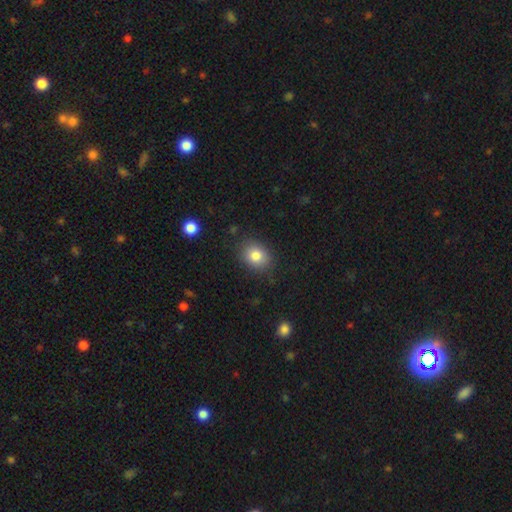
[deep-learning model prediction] This appears to be a smooth galaxy with no disk features (82%) that is in between round and cigar-shaped (52%). Merging: none (84%).